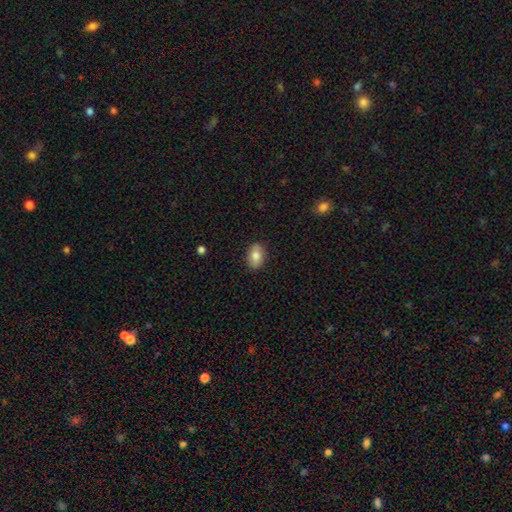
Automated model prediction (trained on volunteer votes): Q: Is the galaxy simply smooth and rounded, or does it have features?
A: smooth — 82%.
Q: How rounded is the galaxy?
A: in between — 86%.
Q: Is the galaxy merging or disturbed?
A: none — 87%.